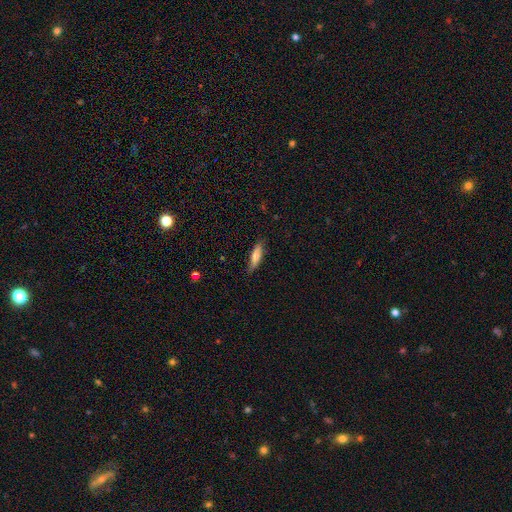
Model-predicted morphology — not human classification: type=smooth (66%); roundness=cigar-shaped (69%); merging=none (80%).